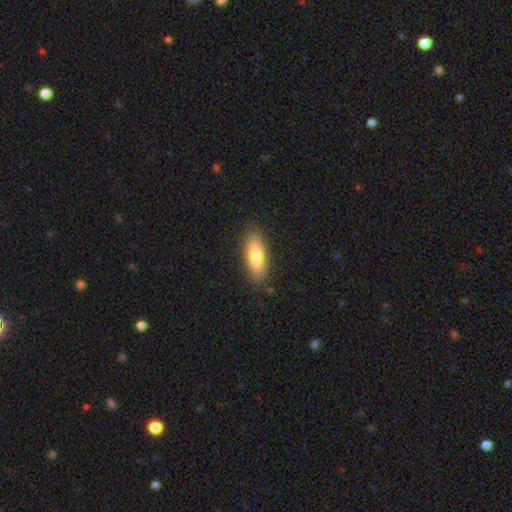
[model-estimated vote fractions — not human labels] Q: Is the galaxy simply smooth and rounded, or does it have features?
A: smooth — 78%.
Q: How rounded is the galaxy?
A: in between — 64%.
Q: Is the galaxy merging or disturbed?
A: none — 87%.